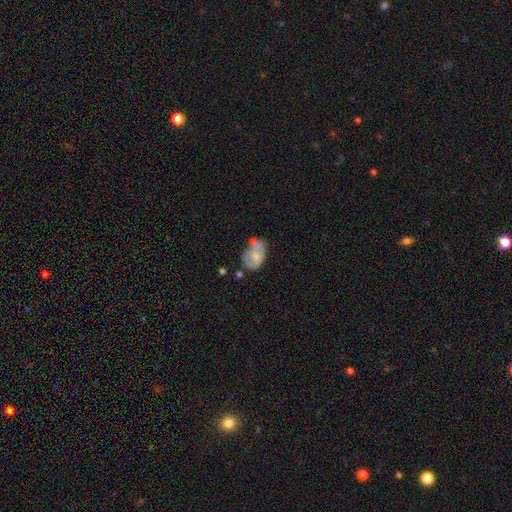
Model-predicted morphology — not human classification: smooth 51%, featured or disk 41%, star or artifact 8%. Down the decision tree: how rounded — in between (80%); merging — minor disturbance (28%, tied with none).